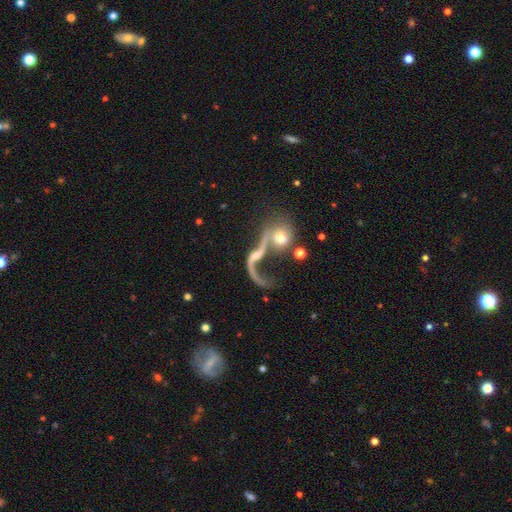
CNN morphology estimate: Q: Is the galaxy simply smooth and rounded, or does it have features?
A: featured or disk — 73%.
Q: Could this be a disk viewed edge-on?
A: no — 90%.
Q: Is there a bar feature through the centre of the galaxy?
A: no — 58%.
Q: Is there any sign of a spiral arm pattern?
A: yes — 77%.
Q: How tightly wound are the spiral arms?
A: loose — 93%.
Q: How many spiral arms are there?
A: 2 — 63%.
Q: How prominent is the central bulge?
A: small — 45%.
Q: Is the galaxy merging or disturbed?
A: merger — 41%.